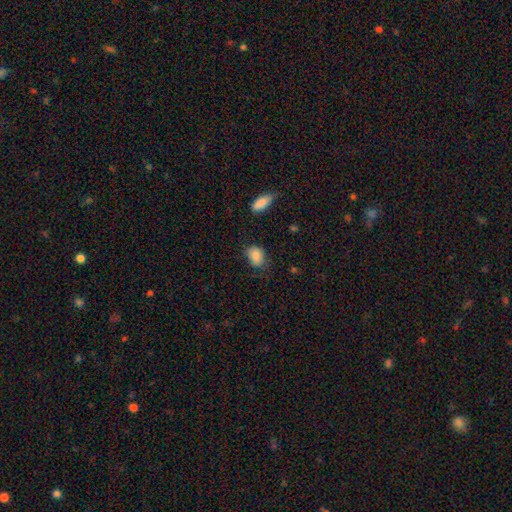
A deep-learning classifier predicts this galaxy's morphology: smooth 85%, star or artifact 9%, featured or disk 6%. Down the decision tree: how rounded — in between (73%); merging — none (60%).